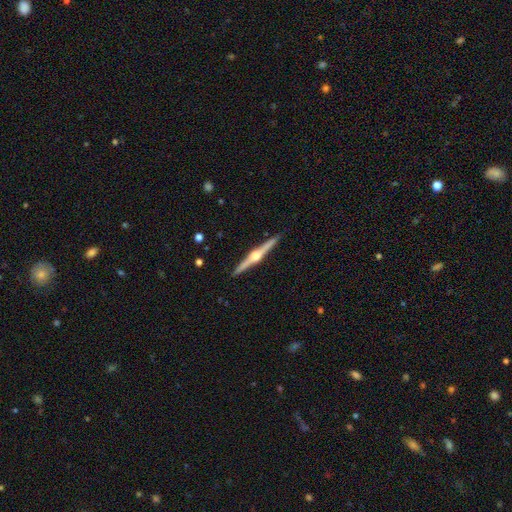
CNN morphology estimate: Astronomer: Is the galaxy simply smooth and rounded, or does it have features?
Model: featured or disk — 86%.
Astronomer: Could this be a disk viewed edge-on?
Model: yes — 99%.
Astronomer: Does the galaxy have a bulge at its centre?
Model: rounded — 95%.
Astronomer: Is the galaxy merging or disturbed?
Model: none — 93%.